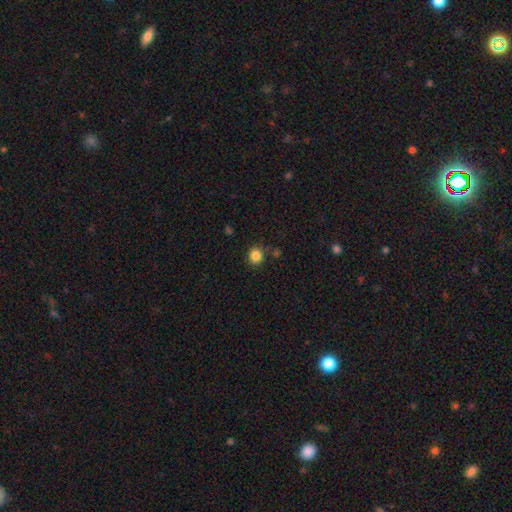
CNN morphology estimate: Overall: smooth (85%). How rounded: round (87%). Merging: none (83%).